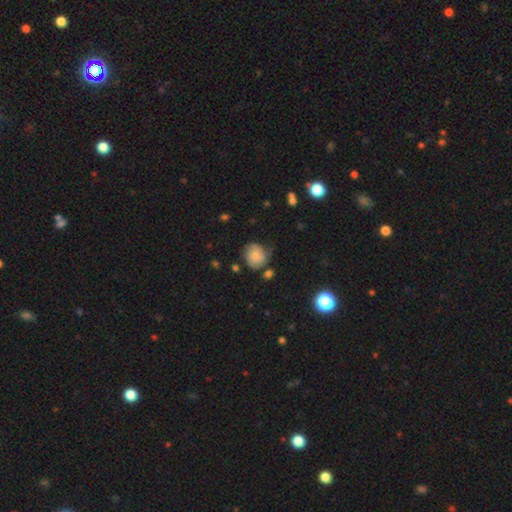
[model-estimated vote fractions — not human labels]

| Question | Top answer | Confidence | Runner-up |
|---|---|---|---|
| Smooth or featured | smooth | 60% | featured or disk (31%) |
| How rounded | round | 74% | in between (25%) |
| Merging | none | 56% | minor disturbance (28%) |